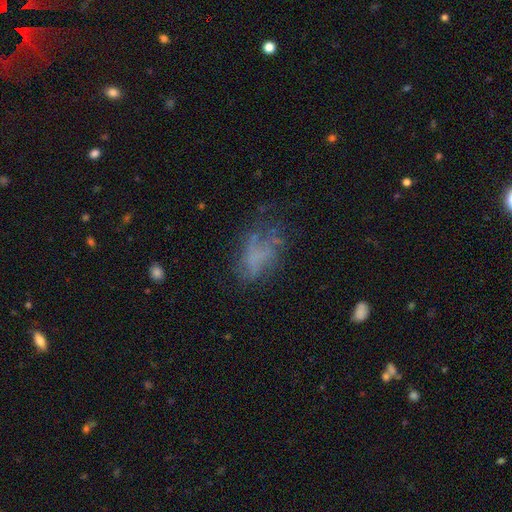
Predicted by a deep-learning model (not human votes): Overall: featured or disk (44%; smooth 38%). Merging: none (42%; major disturbance 31%).